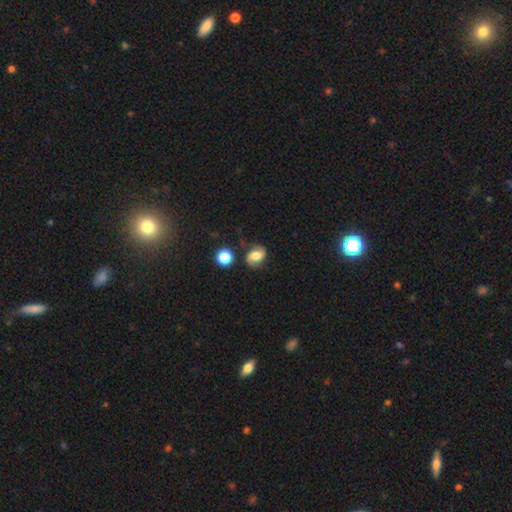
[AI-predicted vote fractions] Smooth or featured: smooth — 52% (featured or disk — 37%)
How rounded: in between — 60% (round — 38%)
Merging: none — 72% (minor disturbance — 18%)